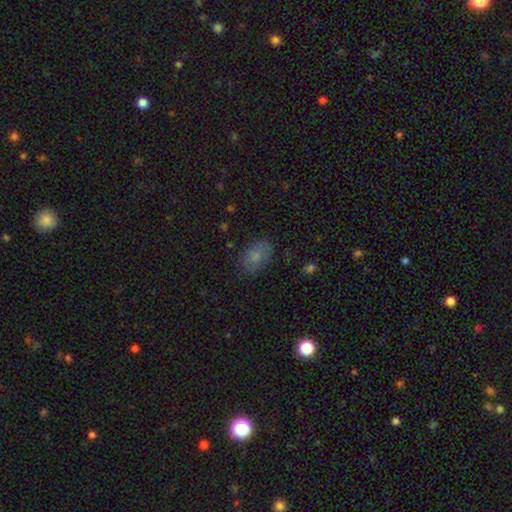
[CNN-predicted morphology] smooth 79%, star or artifact 10%, featured or disk 10%. Down the decision tree: how rounded — in between (85%); merging — none (77%).